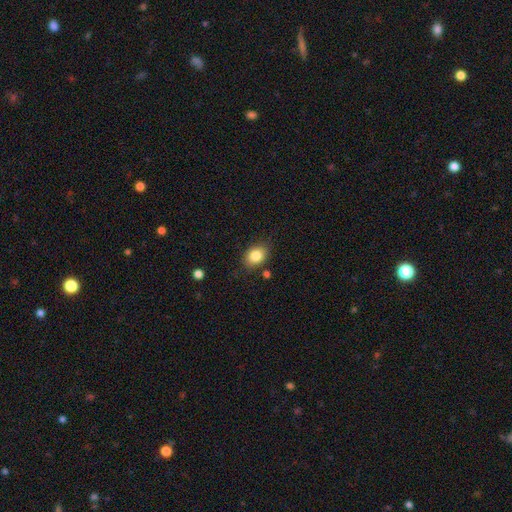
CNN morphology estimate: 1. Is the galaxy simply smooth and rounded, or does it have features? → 85% smooth, 9% star or artifact, 6% featured or disk.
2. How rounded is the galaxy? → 62% in between, 37% round, 1% cigar-shaped.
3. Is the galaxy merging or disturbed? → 79% none, 14% minor disturbance, 4% major disturbance, 3% merger.